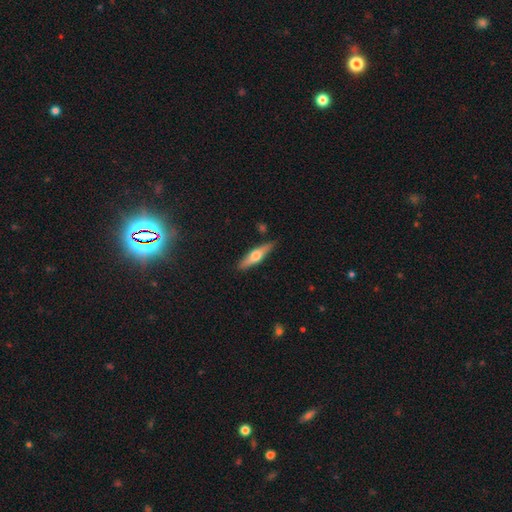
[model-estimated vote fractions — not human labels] A featured or disk galaxy (54%) viewed edge-on (94%) with a rounded central bulge (94%).

Vote fractions:
- Smooth or featured? featured or disk: 54% / smooth: 40% / star or artifact: 6%
- Edge-on disk? yes: 94% / no: 6%
- Edge-on bulge? rounded: 94% / boxy: 4% / none: 3%
- Merging? none: 86% / minor disturbance: 10% / merger: 2% / major disturbance: 2%